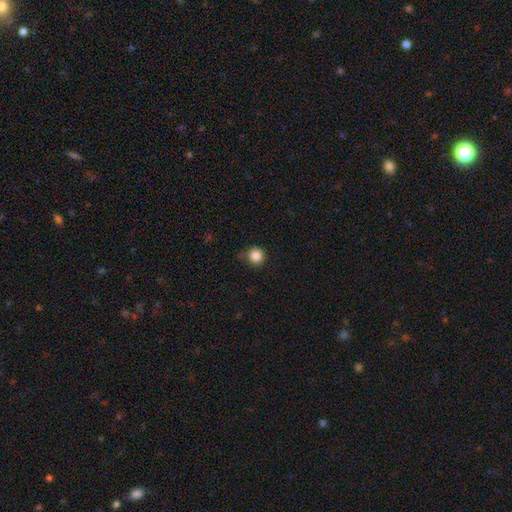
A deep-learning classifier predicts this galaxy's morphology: smooth-or-featured: smooth: 85% | star or artifact: 11% | featured or disk: 4%
  how-rounded: round: 93% | in between: 6% | cigar-shaped: 1%
  merging: none: 74% | minor disturbance: 20% | major disturbance: 4% | merger: 2%